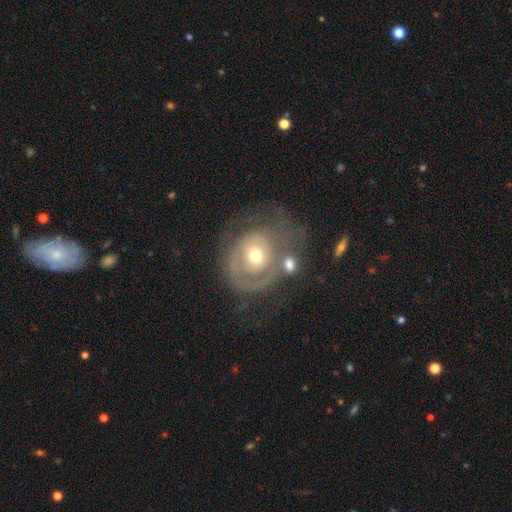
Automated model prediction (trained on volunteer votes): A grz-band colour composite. It shows a featured or disk galaxy (60%) with no bar (83%), no spiral arms (50%, tied with yes) and a moderate central bulge (62%). Merging: none (32%).